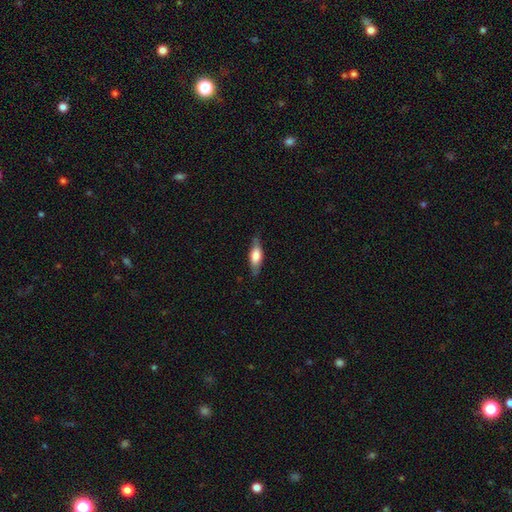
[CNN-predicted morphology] smooth-or-featured: smooth: 58% | featured or disk: 36% | star or artifact: 6%
  how-rounded: in between: 57% | cigar-shaped: 40% | round: 3%
  merging: none: 79% | minor disturbance: 16% | major disturbance: 3% | merger: 1%